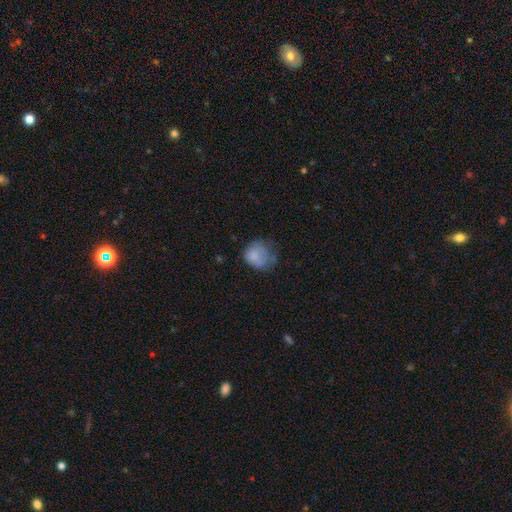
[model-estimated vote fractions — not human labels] smooth-or-featured: smooth: 75% | featured or disk: 15% | star or artifact: 10%
  how-rounded: round: 69% | in between: 30% | cigar-shaped: 1%
  merging: none: 40% | minor disturbance: 33% | major disturbance: 24% | merger: 3%